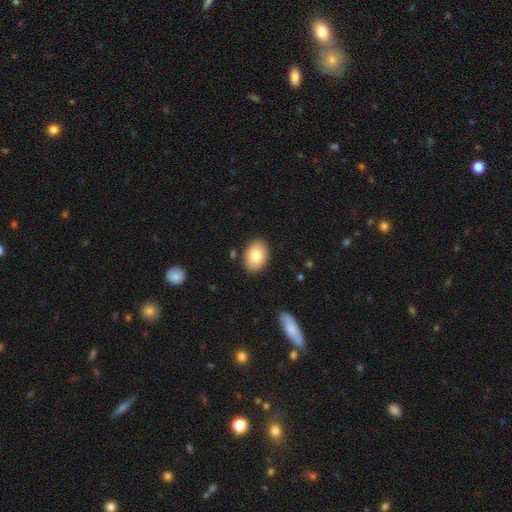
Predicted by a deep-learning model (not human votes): This appears to be a smooth galaxy with no disk features (79%) that is in between round and cigar-shaped (78%). Merging: none (88%).